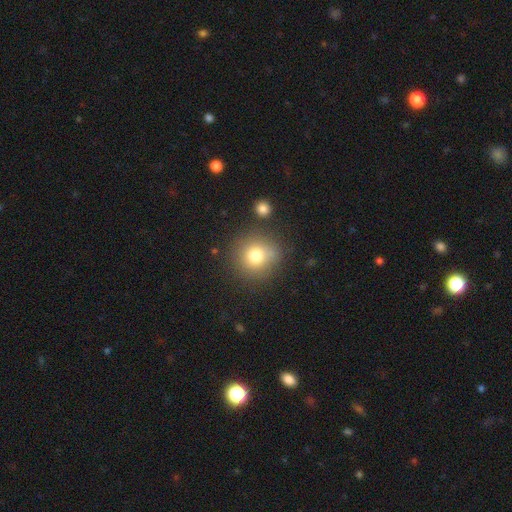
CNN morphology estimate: A smooth galaxy with no disk features (77%) that is round (91%).

Vote fractions:
- Smooth or featured? smooth: 77% / star or artifact: 13% / featured or disk: 10%
- How rounded? round: 91% / in between: 8% / cigar-shaped: 1%
- Merging? none: 79% / minor disturbance: 11% / merger: 5% / major disturbance: 5%